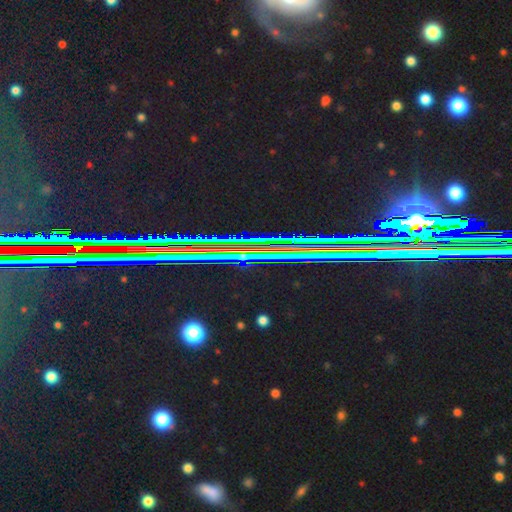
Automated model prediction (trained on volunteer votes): Morphology: type=star or artifact (75%).